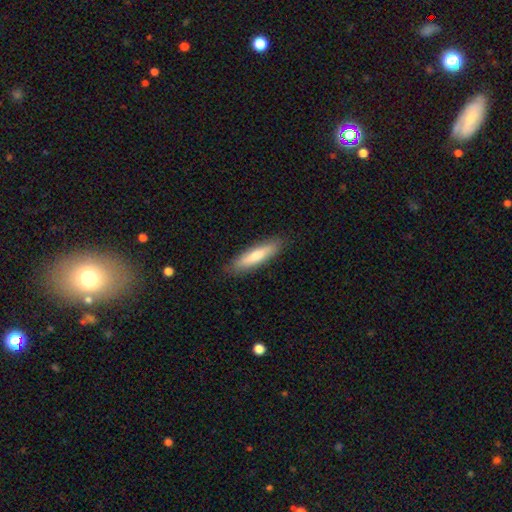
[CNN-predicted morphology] A smooth galaxy with no disk features (70%) that is cigar-shaped (79%). Merging: none (88%).